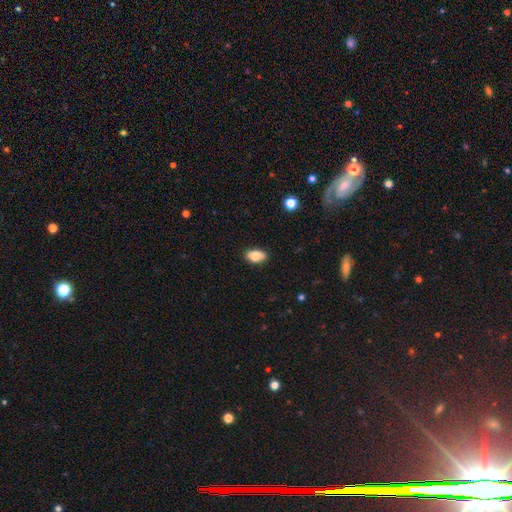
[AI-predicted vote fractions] Smooth or featured?
  - smooth: 78% *
  - featured or disk: 14%
  - star or artifact: 8%
How rounded?
  - in between: 89% *
  - round: 6%
  - cigar-shaped: 5%
Merging?
  - none: 88% *
  - minor disturbance: 10%
  - major disturbance: 2%
  - merger: 1%